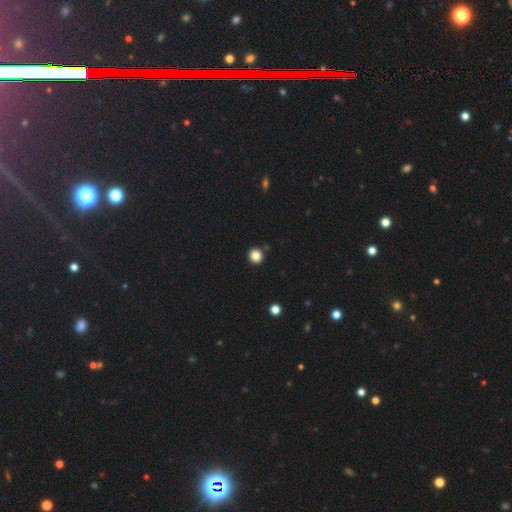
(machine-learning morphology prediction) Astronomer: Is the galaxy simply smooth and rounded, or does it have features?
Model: smooth — 85%.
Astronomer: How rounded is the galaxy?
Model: round — 90%.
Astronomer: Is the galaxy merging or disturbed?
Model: none — 90%.